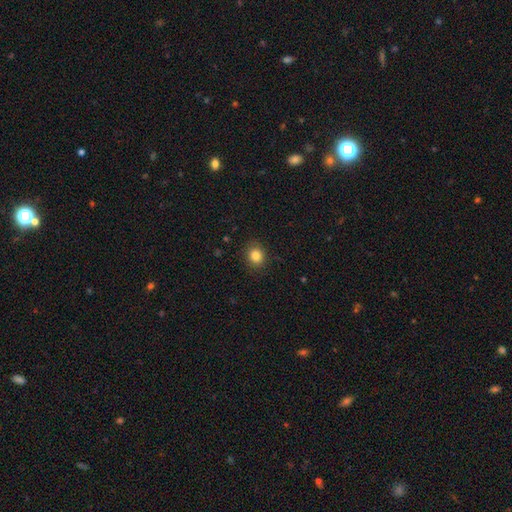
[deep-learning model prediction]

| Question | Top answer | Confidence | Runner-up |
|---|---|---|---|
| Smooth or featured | smooth | 84% | star or artifact (10%) |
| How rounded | round | 73% | in between (26%) |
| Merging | none | 88% | minor disturbance (9%) |